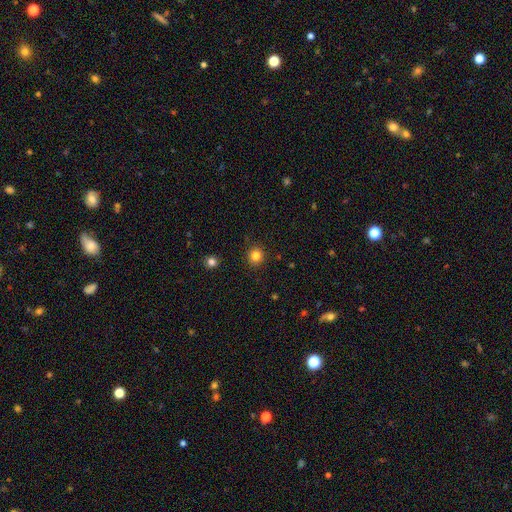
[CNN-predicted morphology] This is clearly a smooth galaxy (82%). How rounded: clearly round (91%). Merging: clearly none (91%).